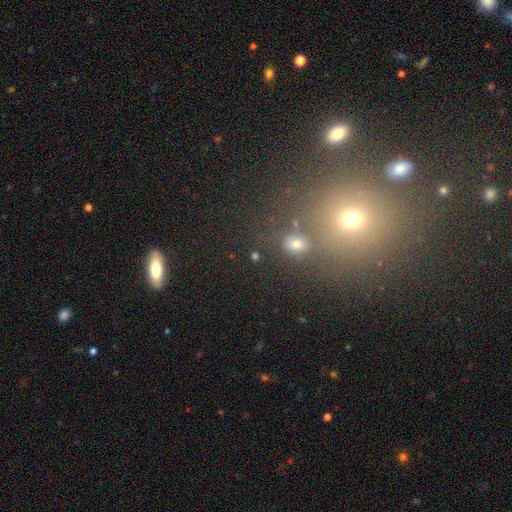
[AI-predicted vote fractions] Smooth or featured: smooth — 61% (star or artifact — 27%)
How rounded: round — 61% (in between — 34%)
Merging: none — 73% (minor disturbance — 11%)